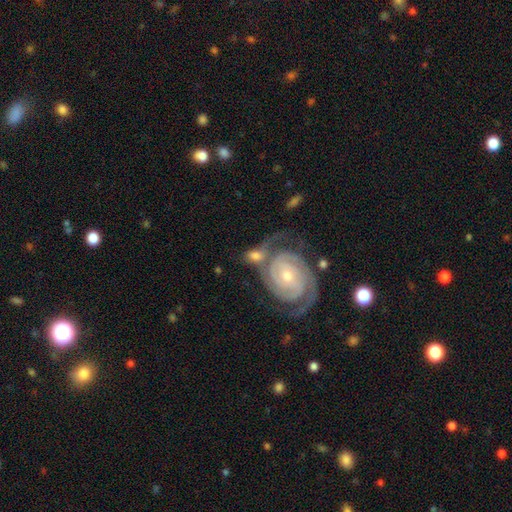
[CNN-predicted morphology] smooth_or_featured: featured or disk (p=0.69) [alt: smooth p=0.25]
disk_edge_on: no (p=0.96) [alt: yes p=0.04]
bar: no (p=0.60) [alt: weak p=0.29]
has_spiral_arms: yes (p=0.93) [alt: no p=0.07]
spiral_winding: tight (p=0.61) [alt: medium p=0.29]
spiral_arm_count: 2 (p=0.73) [alt: can't tell p=0.10]
bulge_size: small (p=0.46) [alt: moderate p=0.44]
merging: none (p=0.42) [alt: merger p=0.34]